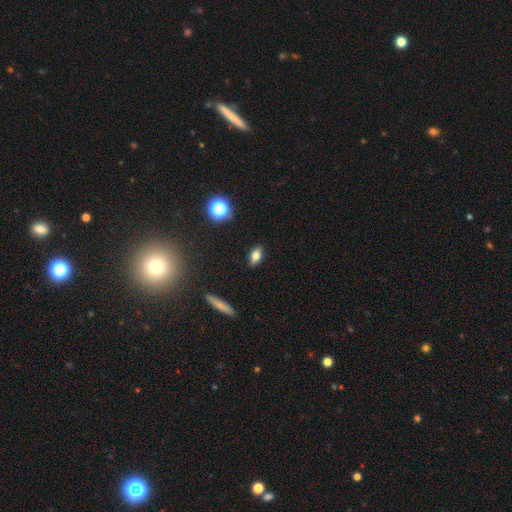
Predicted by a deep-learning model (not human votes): This is likely a smooth galaxy (76%). How rounded: clearly in between (82%). Merging: clearly none (88%).